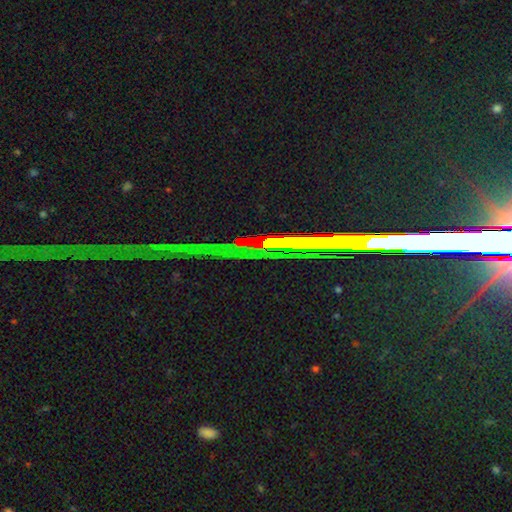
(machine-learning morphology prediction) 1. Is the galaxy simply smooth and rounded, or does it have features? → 67% star or artifact, 20% featured or disk, 13% smooth.